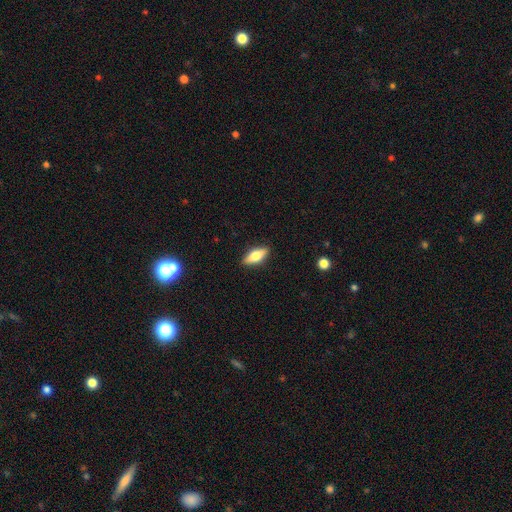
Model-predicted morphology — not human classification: This is possibly a smooth galaxy (58%). How rounded: likely in between (67%). Merging: clearly none (88%).